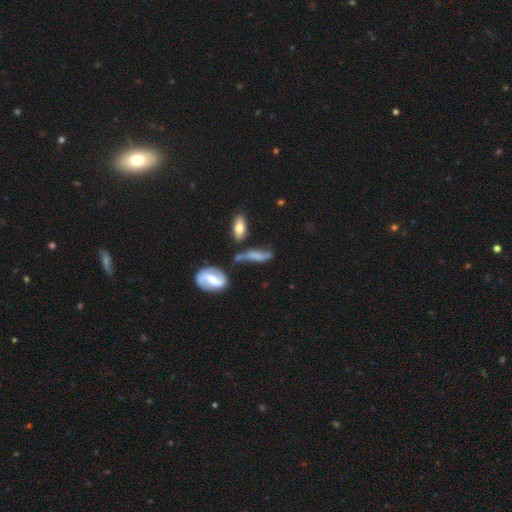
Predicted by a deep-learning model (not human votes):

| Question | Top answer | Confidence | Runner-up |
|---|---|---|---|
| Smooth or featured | smooth | 48% | featured or disk (42%) |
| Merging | none | 49% | minor disturbance (23%) |